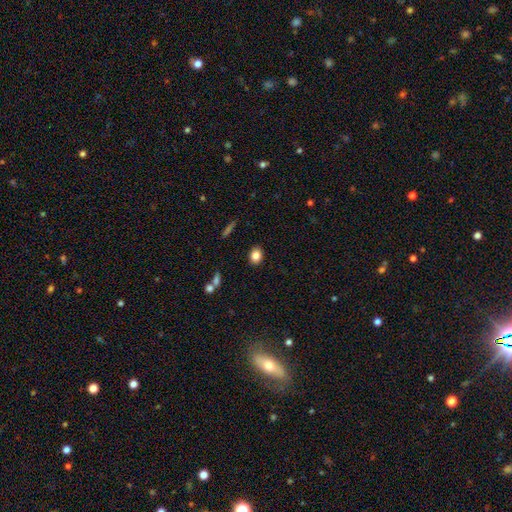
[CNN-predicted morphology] This is clearly a smooth galaxy (84%). How rounded: possibly in between (57%). Merging: clearly none (88%).